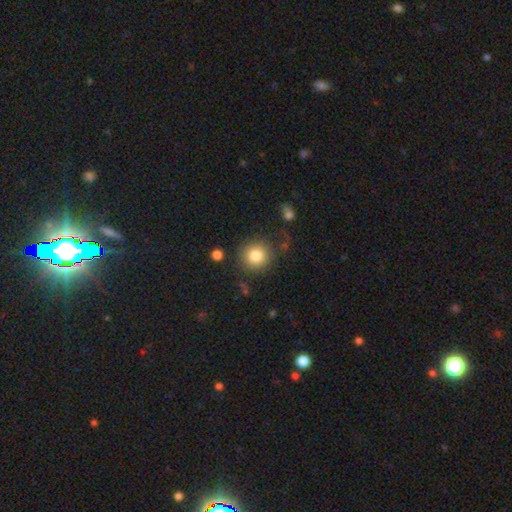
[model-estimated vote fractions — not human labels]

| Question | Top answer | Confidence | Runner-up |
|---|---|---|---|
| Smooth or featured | smooth | 83% | star or artifact (10%) |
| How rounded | round | 92% | in between (7%) |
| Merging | none | 84% | minor disturbance (9%) |